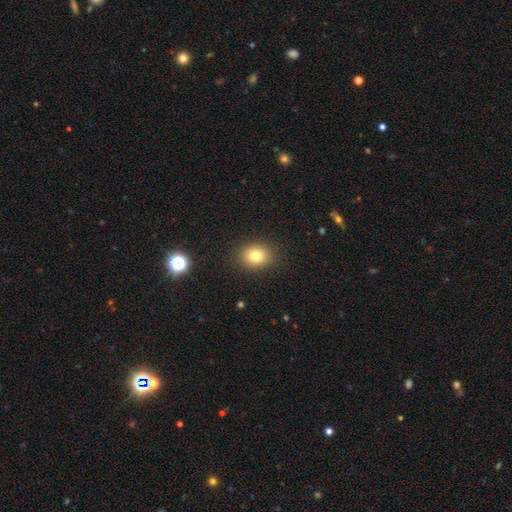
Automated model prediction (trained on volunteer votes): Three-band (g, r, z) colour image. It shows a smooth galaxy with no disk features (79%) that is round (64%). Merging: none (89%).